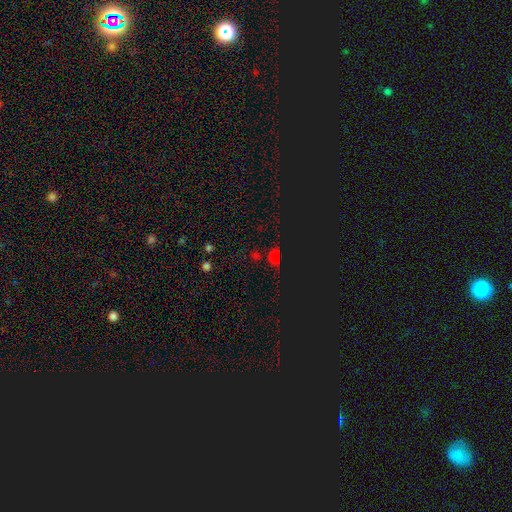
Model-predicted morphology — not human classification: smooth_or_featured: star or artifact (p=0.55) [alt: smooth p=0.39]